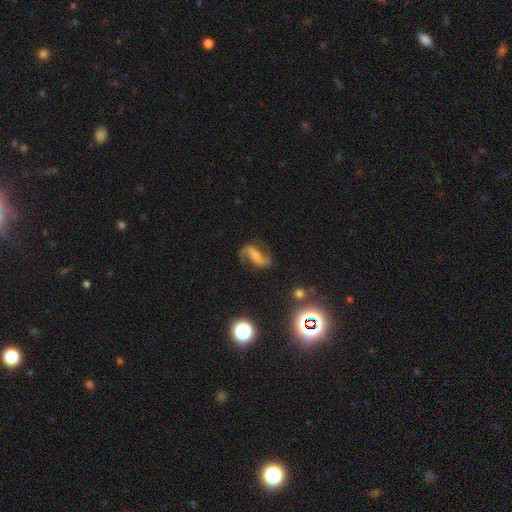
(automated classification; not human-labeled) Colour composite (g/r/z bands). It shows a featured or disk galaxy (80%) with a strong bar (43%), 2 (90%) loose (67%) spiral arms (95%) and no central bulge (45%). Merging: none (72%).